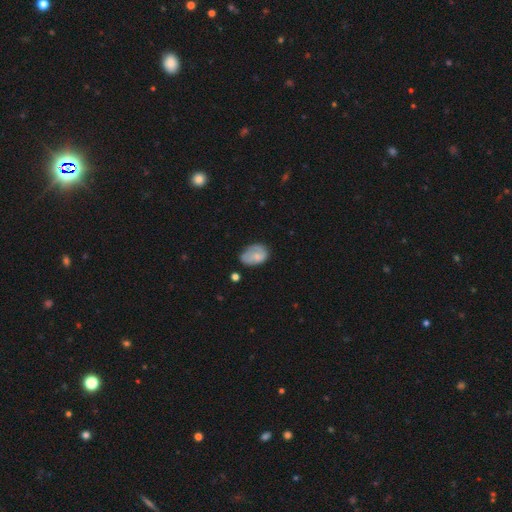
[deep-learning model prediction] smooth 67%, featured or disk 25%, star or artifact 8%. Down the decision tree: how rounded — in between (84%); merging — none (48%).